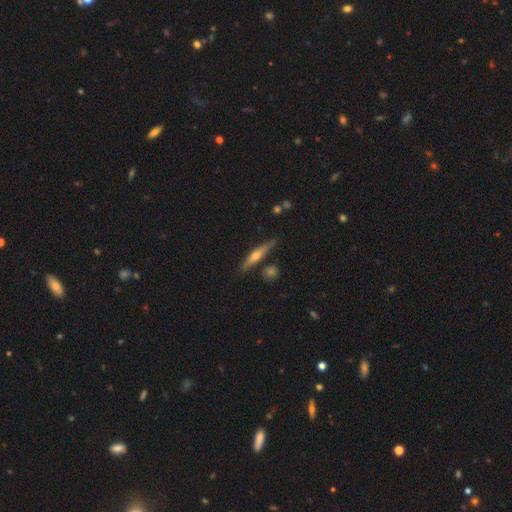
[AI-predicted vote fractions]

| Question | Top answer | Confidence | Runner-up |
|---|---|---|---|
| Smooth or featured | featured or disk | 57% | smooth (36%) |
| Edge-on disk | yes | 94% | no (6%) |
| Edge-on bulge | rounded | 81% | none (13%) |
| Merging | none | 79% | minor disturbance (13%) |